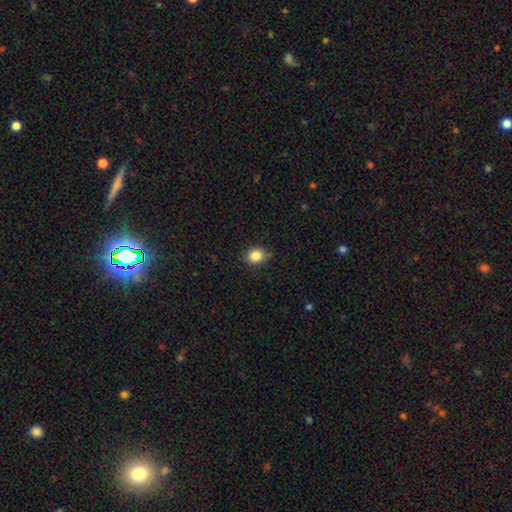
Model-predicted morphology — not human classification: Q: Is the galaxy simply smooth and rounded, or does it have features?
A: smooth — 85%.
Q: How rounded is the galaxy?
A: round — 70%.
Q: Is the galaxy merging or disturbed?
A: none — 83%.